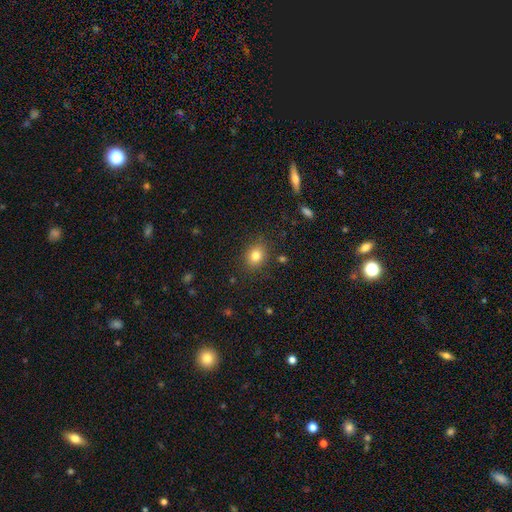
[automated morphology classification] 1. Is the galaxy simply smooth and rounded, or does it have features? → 82% smooth, 11% star or artifact, 7% featured or disk.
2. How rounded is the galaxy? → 50% round, 49% in between, 1% cigar-shaped.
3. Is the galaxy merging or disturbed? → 85% none, 11% minor disturbance, 3% major disturbance, 2% merger.